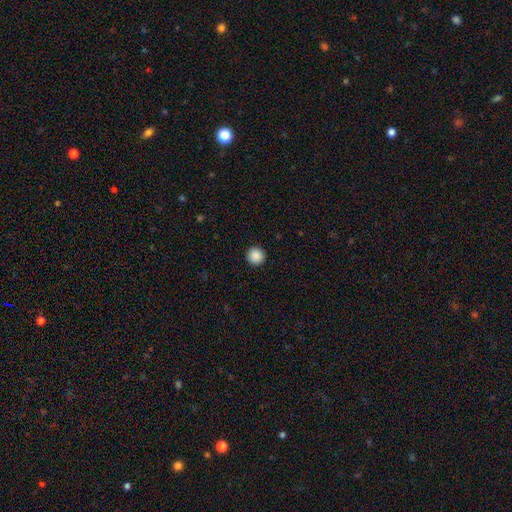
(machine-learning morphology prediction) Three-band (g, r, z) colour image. It shows a smooth galaxy with no disk features (89%) that is round (96%). Merging: none (93%).